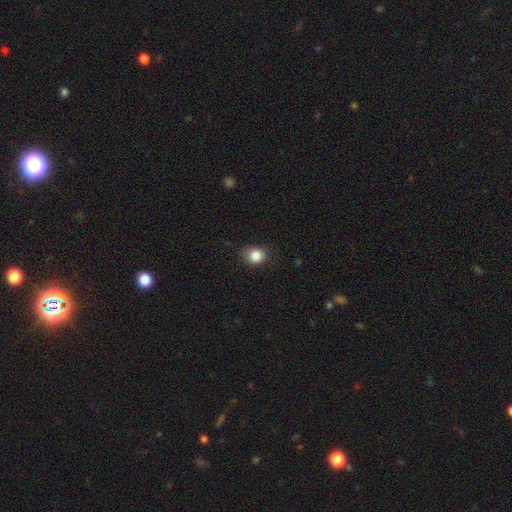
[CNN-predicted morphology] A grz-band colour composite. It shows a smooth galaxy with no disk features (85%) that is round (77%). Merging: none (79%).